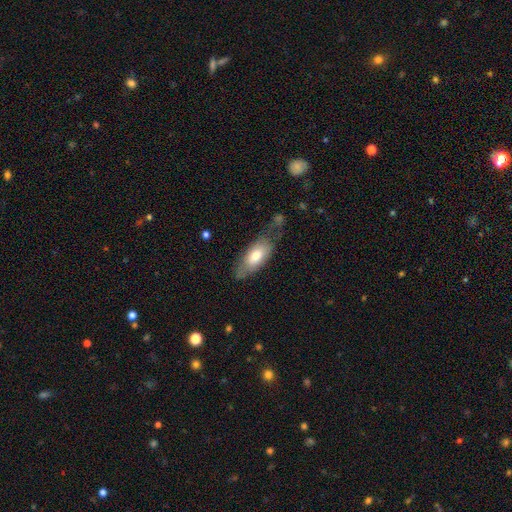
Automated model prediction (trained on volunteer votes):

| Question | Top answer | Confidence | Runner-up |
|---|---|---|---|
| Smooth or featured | smooth | 67% | featured or disk (27%) |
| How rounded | in between | 81% | cigar-shaped (16%) |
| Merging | none | 49% | minor disturbance (30%) |